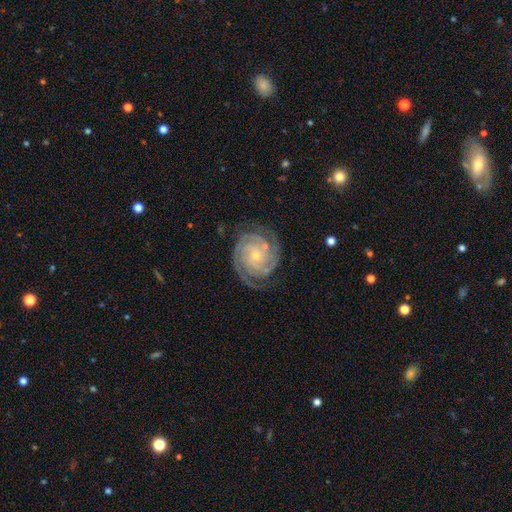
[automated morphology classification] Smooth or featured? featured or disk (91%)
Edge-on disk? no (98%)
Bar? no (73%)
Spiral arms? yes (98%)
Spiral winding? tight (79%)
Spiral arm count? 2 (45%)
Bulge size? small (77%)
Merging? none (77%)